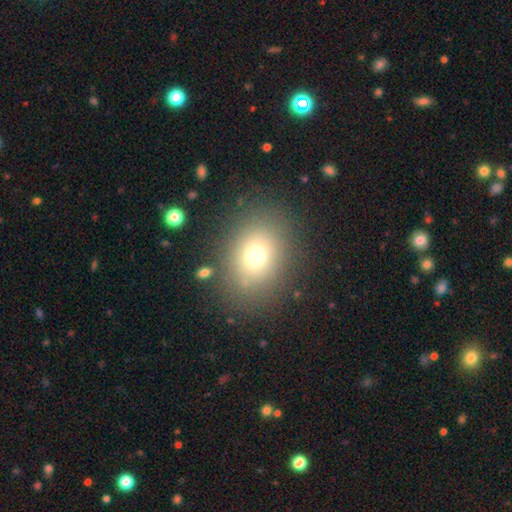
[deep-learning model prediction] A smooth galaxy with no disk features (70%) that is in between round and cigar-shaped (53%).

Vote fractions:
- Smooth or featured? smooth: 70% / star or artifact: 16% / featured or disk: 13%
- How rounded? in between: 53% / round: 46% / cigar-shaped: 1%
- Merging? none: 82% / minor disturbance: 10% / major disturbance: 5% / merger: 2%